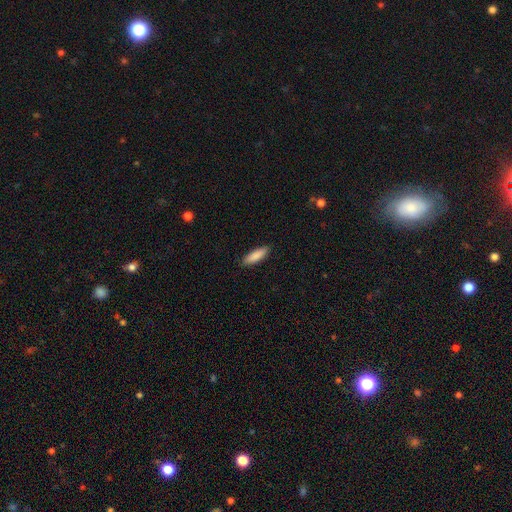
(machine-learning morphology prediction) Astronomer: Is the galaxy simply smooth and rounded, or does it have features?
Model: smooth — 87%.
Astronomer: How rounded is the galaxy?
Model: cigar-shaped — 52% (runner-up: in between, 46%).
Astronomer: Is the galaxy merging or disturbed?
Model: none — 89%.